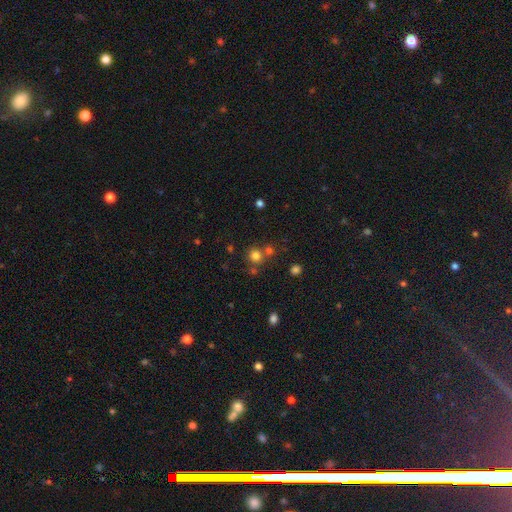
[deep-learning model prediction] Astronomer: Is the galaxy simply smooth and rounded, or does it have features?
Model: smooth — 74%.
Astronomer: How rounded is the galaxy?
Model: round — 90%.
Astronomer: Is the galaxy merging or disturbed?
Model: none — 66%.